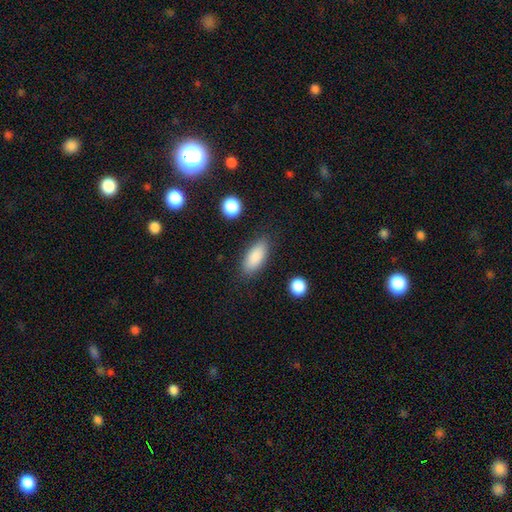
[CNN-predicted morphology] The model was most divided on "how rounded": in between: 81%, cigar-shaped: 16%, round: 3%. More confident: smooth or featured — smooth (87%); merging — none (84%).